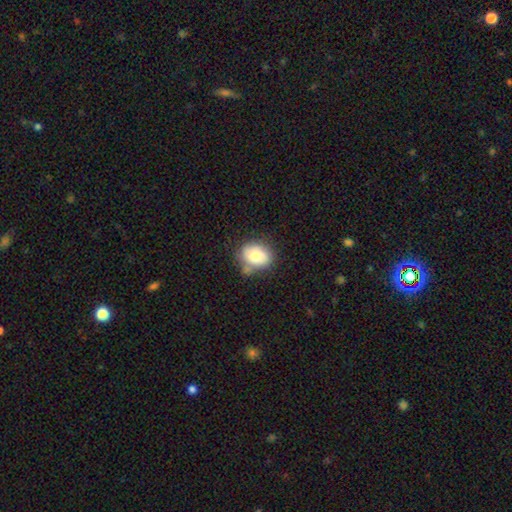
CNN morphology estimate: A smooth galaxy with no disk features (77%) that is in between round and cigar-shaped (60%).

Vote fractions:
- Smooth or featured? smooth: 77% / featured or disk: 15% / star or artifact: 8%
- How rounded? in between: 60% / round: 39% / cigar-shaped: 1%
- Merging? none: 58% / minor disturbance: 25% / merger: 10% / major disturbance: 7%